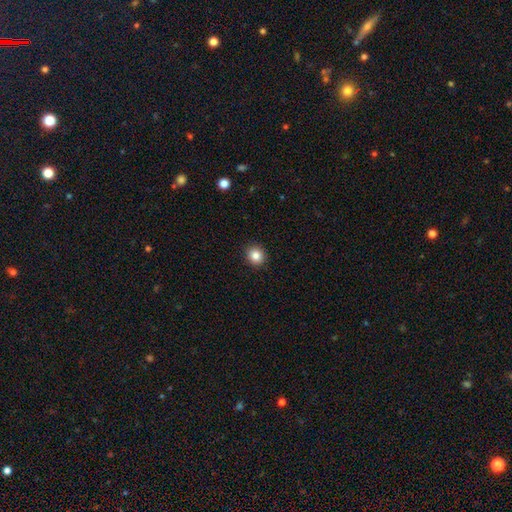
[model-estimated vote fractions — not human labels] The model was most divided on "smooth or featured": smooth: 85%, star or artifact: 10%, featured or disk: 5%. More confident: merging — none (92%); how rounded — round (87%).